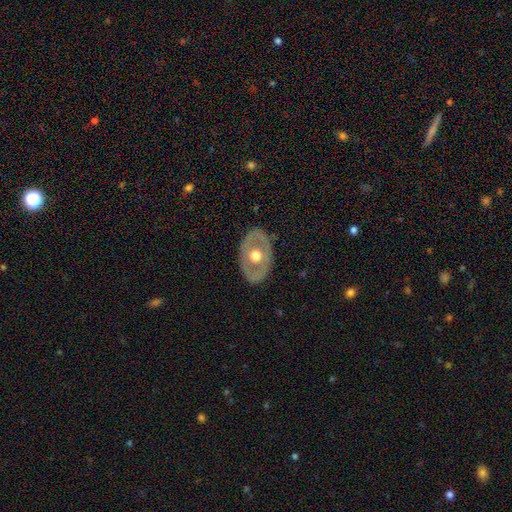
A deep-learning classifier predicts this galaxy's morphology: This appears to be a featured or disk galaxy (56%). Merging: none (82%).